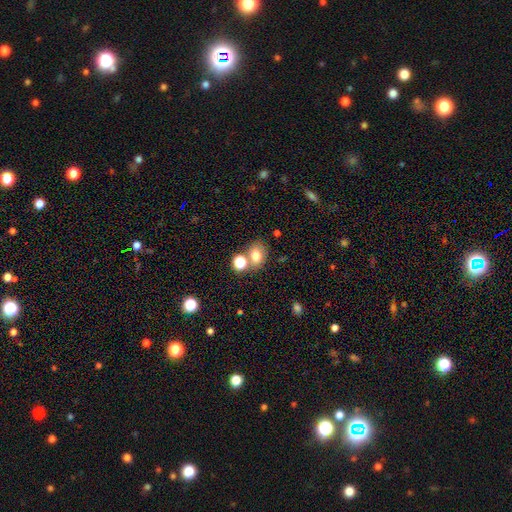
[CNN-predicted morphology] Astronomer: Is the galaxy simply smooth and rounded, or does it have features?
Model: smooth — 74%.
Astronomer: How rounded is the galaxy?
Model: in between — 56% (runner-up: round, 43%).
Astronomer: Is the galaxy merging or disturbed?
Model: none — 60%.